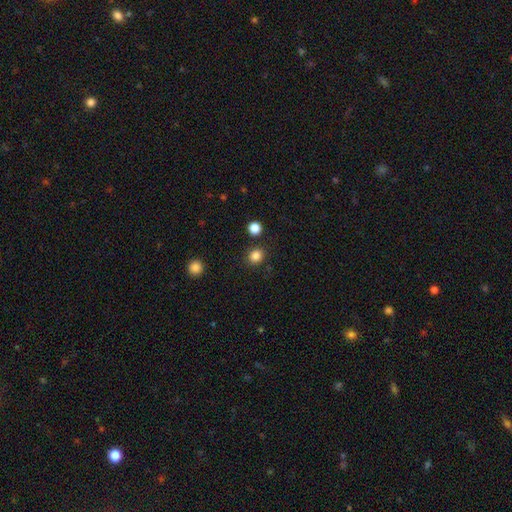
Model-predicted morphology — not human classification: Smooth or featured?
  - smooth: 84% *
  - star or artifact: 12%
  - featured or disk: 4%
How rounded?
  - round: 80% *
  - in between: 19%
  - cigar-shaped: 1%
Merging?
  - none: 87% *
  - minor disturbance: 7%
  - merger: 3%
  - major disturbance: 2%